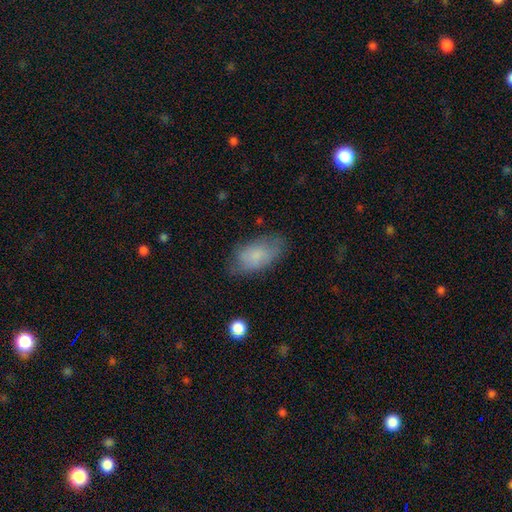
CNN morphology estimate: The model was most divided on "merging": none: 70%, minor disturbance: 21%, major disturbance: 7%, merger: 1%. More confident: how rounded — in between (92%); smooth or featured — smooth (78%).